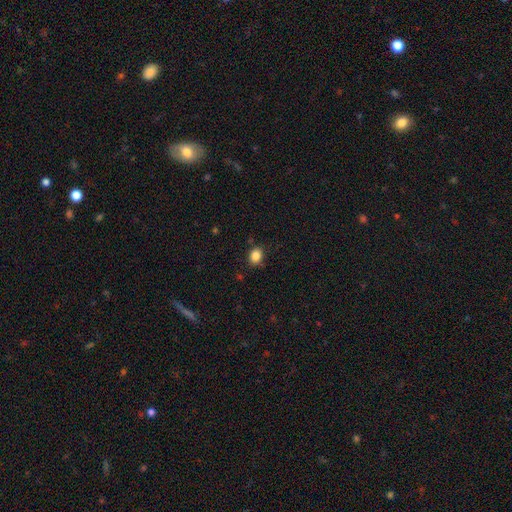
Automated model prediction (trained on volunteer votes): Smooth or featured?
  - smooth: 85% *
  - star or artifact: 11%
  - featured or disk: 4%
How rounded?
  - round: 56% *
  - in between: 43%
  - cigar-shaped: 1%
Merging?
  - none: 82% *
  - minor disturbance: 13%
  - major disturbance: 3%
  - merger: 2%